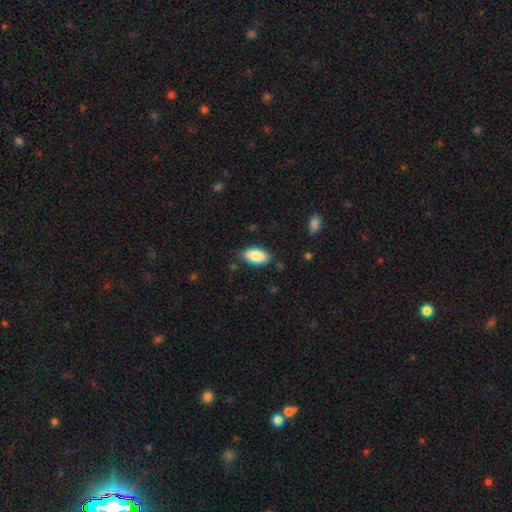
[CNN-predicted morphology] A smooth galaxy with no disk features (87%) that is in between round and cigar-shaped (92%). Merging: none (82%).